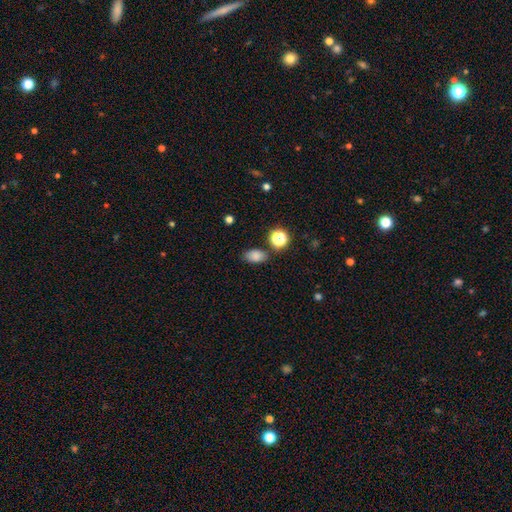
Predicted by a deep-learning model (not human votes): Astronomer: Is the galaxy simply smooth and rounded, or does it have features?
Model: smooth — 82%.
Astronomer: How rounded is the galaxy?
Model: in between — 85%.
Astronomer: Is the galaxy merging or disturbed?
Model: none — 79%.